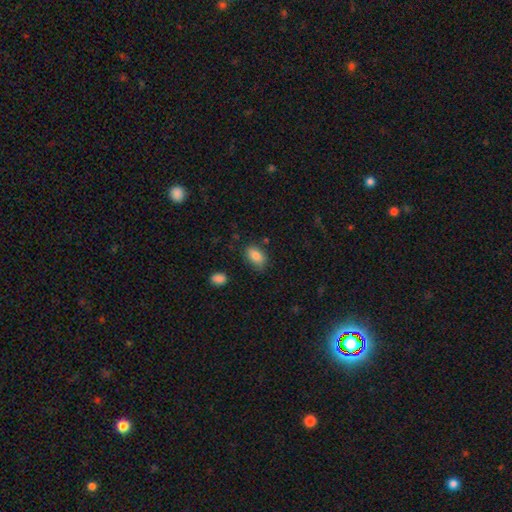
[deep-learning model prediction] smooth_or_featured: smooth (p=0.84) [alt: featured or disk p=0.08]
how_rounded: in between (p=0.88) [alt: round p=0.09]
merging: none (p=0.74) [alt: minor disturbance p=0.20]